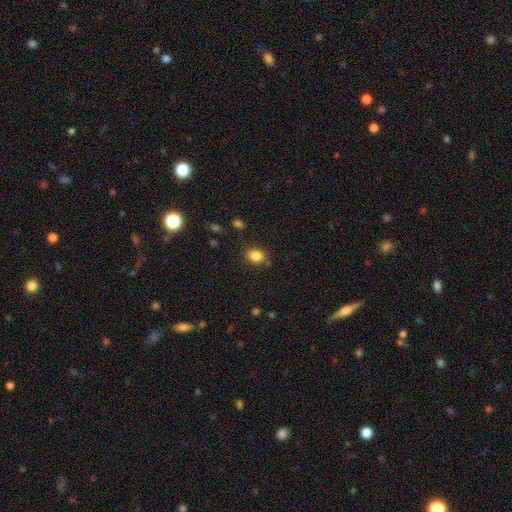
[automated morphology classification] smooth_or_featured: smooth (p=0.84) [alt: star or artifact p=0.10]
how_rounded: in between (p=0.57) [alt: round p=0.42]
merging: none (p=0.80) [alt: minor disturbance p=0.13]